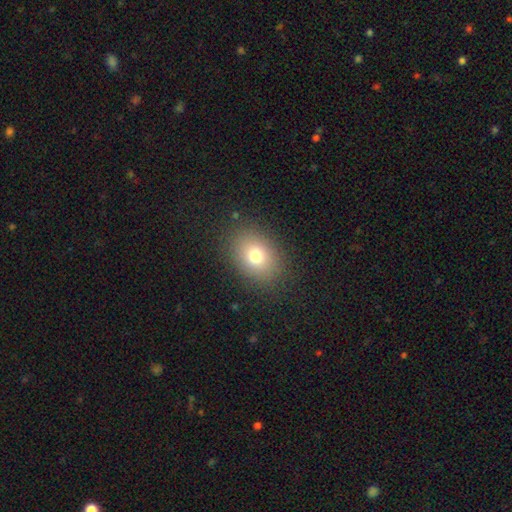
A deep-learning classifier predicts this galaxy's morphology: smooth 75%, star or artifact 14%, featured or disk 11%. Down the decision tree: how rounded — in between (59%); merging — none (86%).